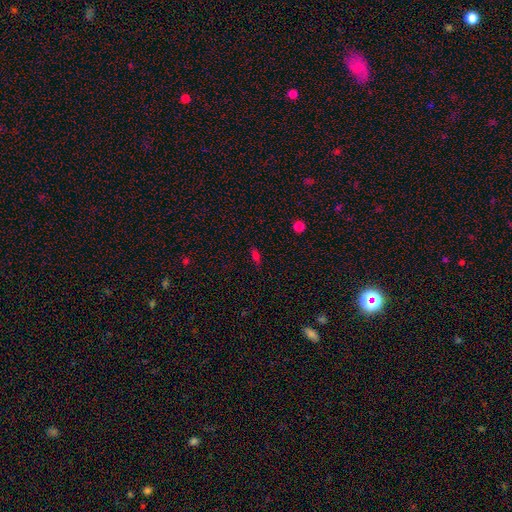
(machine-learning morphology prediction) Smooth or featured?
  - smooth: 64% *
  - star or artifact: 23%
  - featured or disk: 13%
How rounded?
  - in between: 71% *
  - cigar-shaped: 21%
  - round: 8%
Merging?
  - none: 81% *
  - minor disturbance: 13%
  - major disturbance: 4%
  - merger: 2%